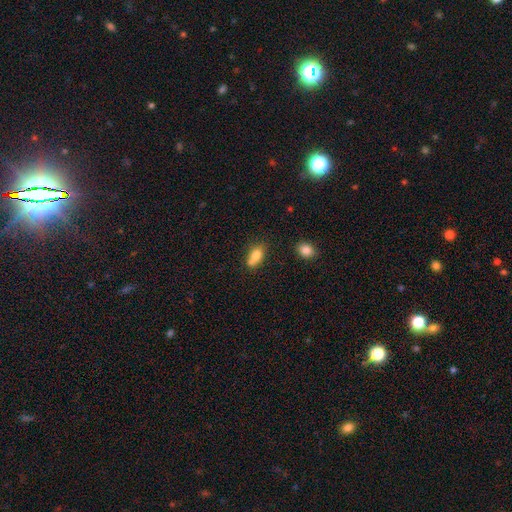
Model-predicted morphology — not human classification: A smooth galaxy with no disk features (78%) that is in between round and cigar-shaped (81%).

Vote fractions:
- Smooth or featured? smooth: 78% / featured or disk: 13% / star or artifact: 9%
- How rounded? in between: 81% / round: 13% / cigar-shaped: 6%
- Merging? none: 48% / merger: 23% / minor disturbance: 22% / major disturbance: 7%